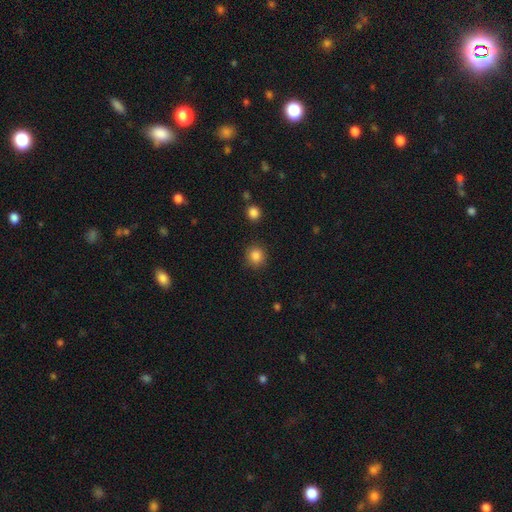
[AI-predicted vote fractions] smooth 86%, star or artifact 10%, featured or disk 4%. Down the decision tree: how rounded — round (91%); merging — none (89%).